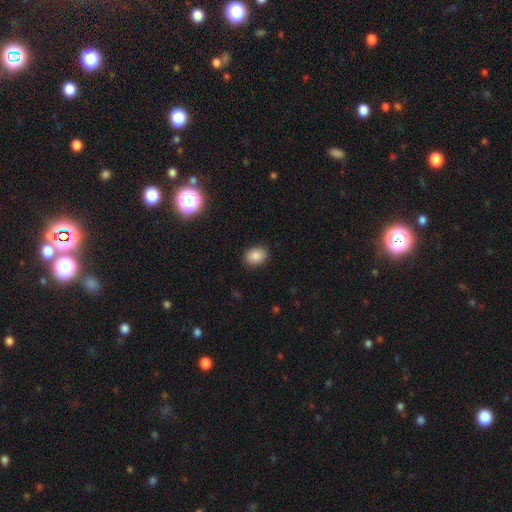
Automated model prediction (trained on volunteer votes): A smooth galaxy with no disk features (85%) that is in between round and cigar-shaped (63%). Merging: none (88%).